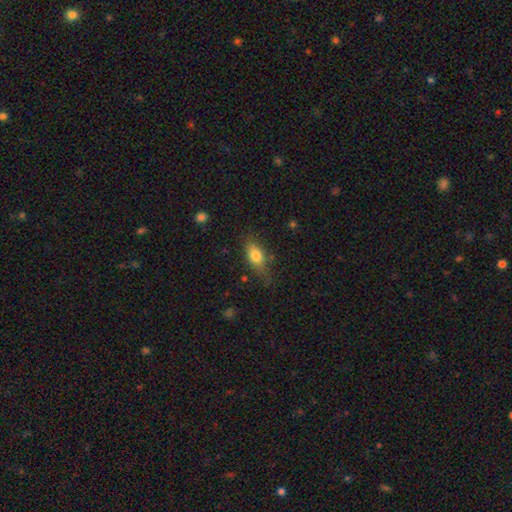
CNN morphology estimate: Smooth or featured? smooth (76%)
How rounded? in between (78%)
Merging? none (64%)